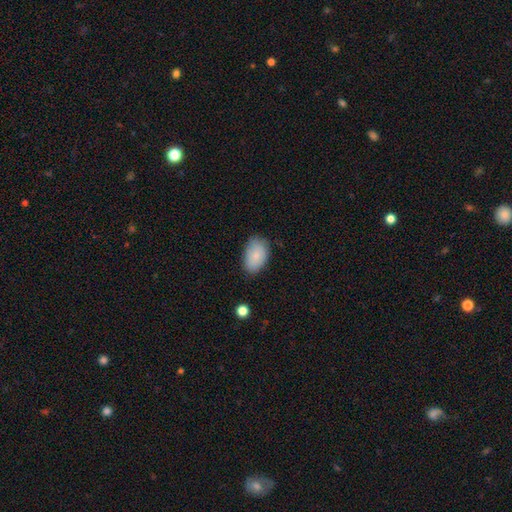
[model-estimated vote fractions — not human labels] Smooth or featured: smooth — 86% (featured or disk — 7%)
How rounded: in between — 91% (round — 8%)
Merging: none — 75% (minor disturbance — 19%)